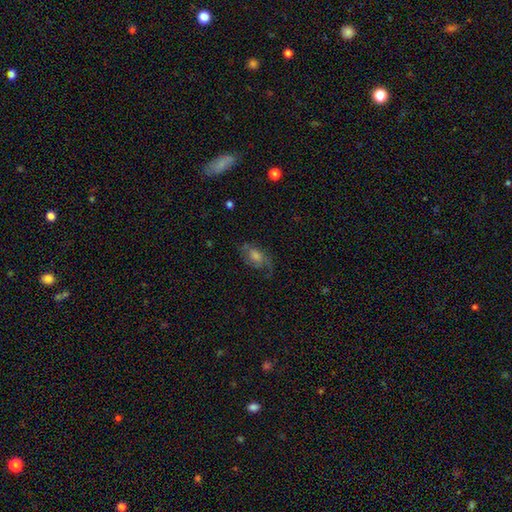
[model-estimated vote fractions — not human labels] Smooth or featured? Predicted: featured or disk (p=0.58). Edge-on disk? Predicted: no (p=0.92). Bar? Predicted: no (p=0.67). Spiral arms? Predicted: yes (p=0.84). Bulge size? Predicted: moderate (p=0.50). Merging? Predicted: none (p=0.65).